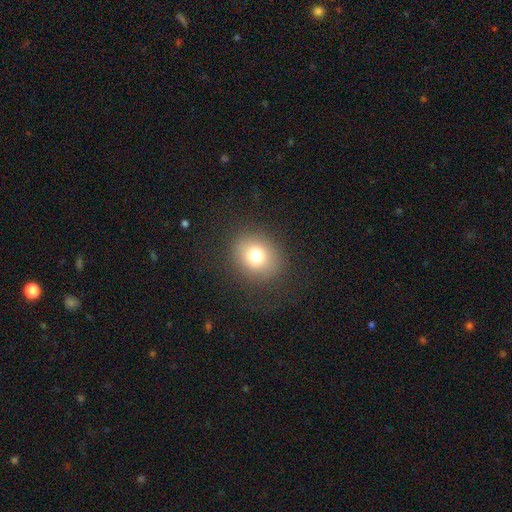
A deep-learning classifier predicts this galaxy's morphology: This is likely a smooth galaxy (75%). How rounded: likely round (70%). Merging: clearly none (86%).